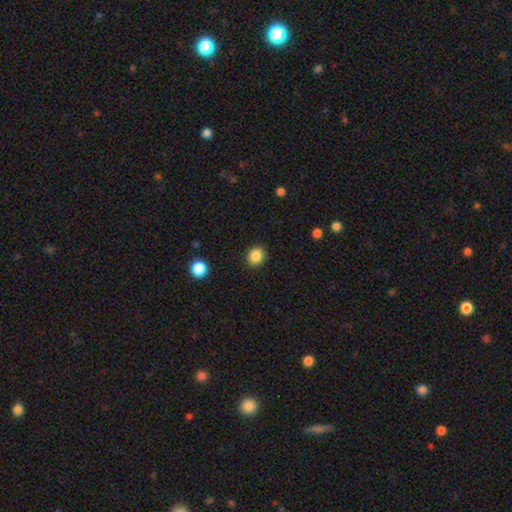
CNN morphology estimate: type=smooth (86%); roundness=round (79%); merging=none (91%).